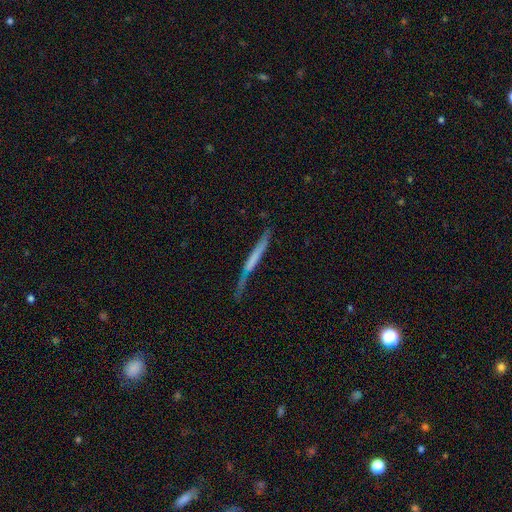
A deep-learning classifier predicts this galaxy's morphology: Overall: featured or disk (51%; smooth 41%). Edge-on disk: yes (90%). Merging: none (59%; minor disturbance 25%).